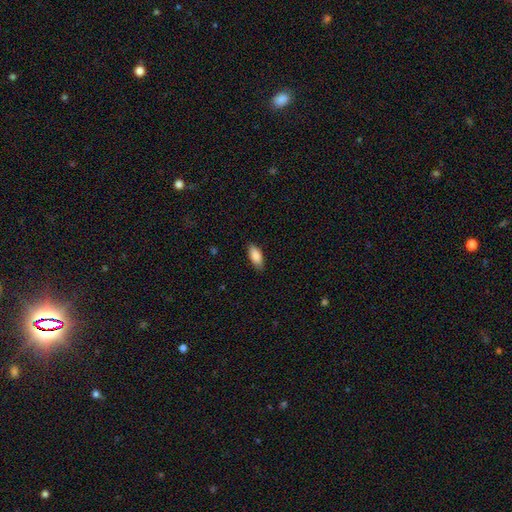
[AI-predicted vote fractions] Q: Smooth or featured?
A: smooth (88%); runner-up: star or artifact (6%)
Q: How rounded?
A: in between (86%); runner-up: cigar-shaped (12%)
Q: Merging?
A: none (84%); runner-up: minor disturbance (13%)